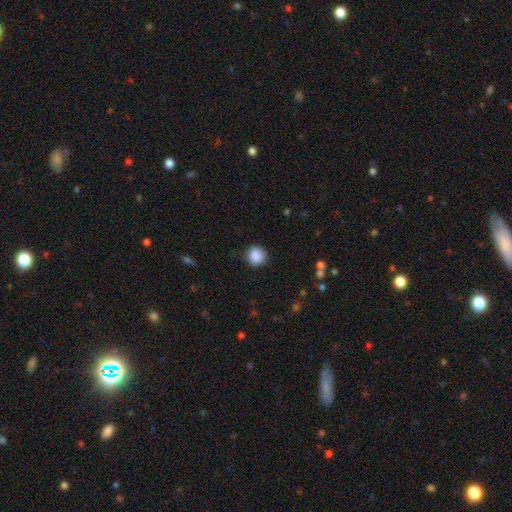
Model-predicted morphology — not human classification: Overall: smooth (88%). How rounded: round (90%). Merging: none (86%).